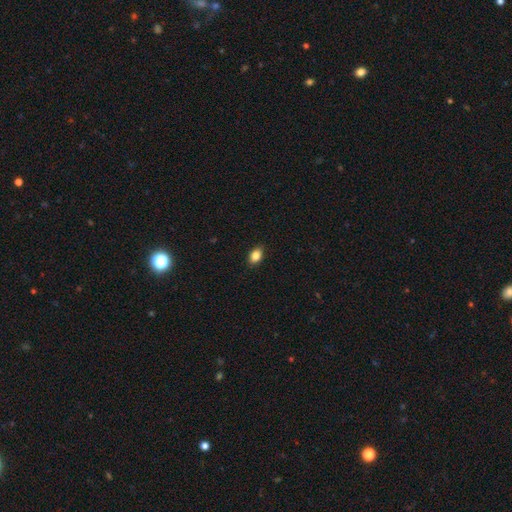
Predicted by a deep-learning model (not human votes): A smooth galaxy with no disk features (86%) that is in between round and cigar-shaped (81%). Merging: none (88%).